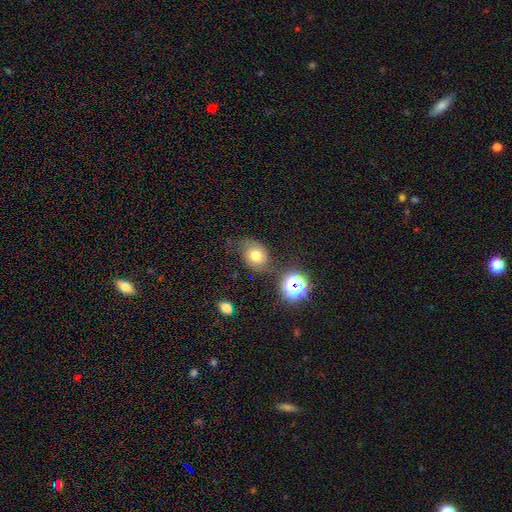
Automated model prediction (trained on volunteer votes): Q: Smooth or featured?
A: smooth (56%); runner-up: featured or disk (26%)
Q: How rounded?
A: in between (51%); runner-up: round (48%)
Q: Merging?
A: none (57%); runner-up: minor disturbance (25%)